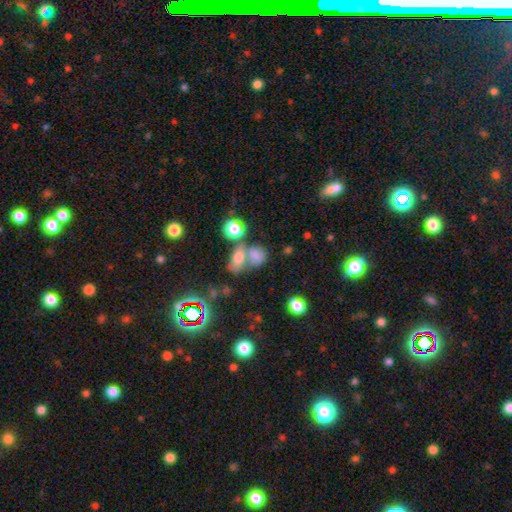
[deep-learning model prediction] Smooth or featured? Predicted: smooth (p=0.69). How rounded? Predicted: in between (p=0.64). Merging? Predicted: merger (p=0.53).